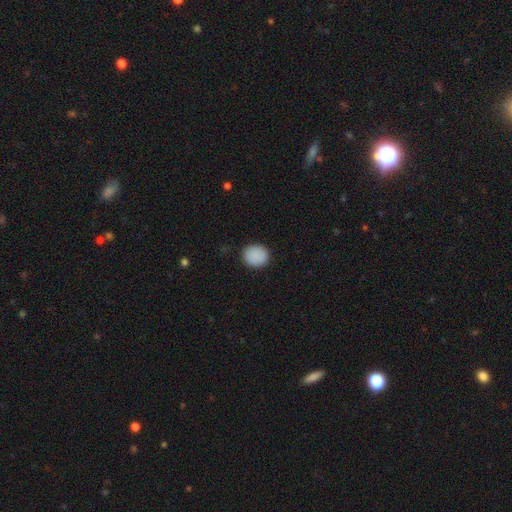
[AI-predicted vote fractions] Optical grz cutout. It shows a smooth galaxy with no disk features (89%) that is round (78%). Merging: none (89%).